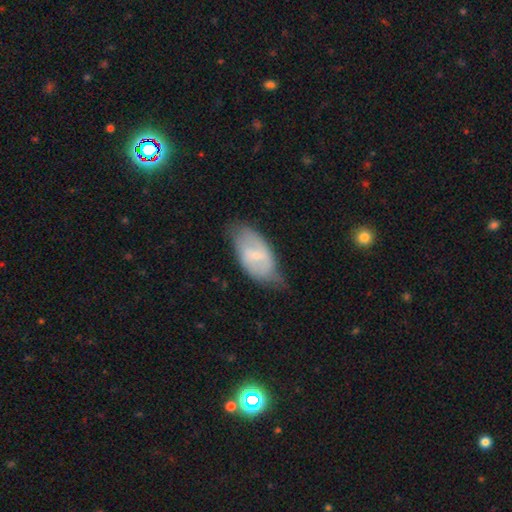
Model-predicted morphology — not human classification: smooth-or-featured: featured or disk: 51% | smooth: 42% | star or artifact: 7%
  disk-edge-on: no: 89% | yes: 11%
  merging: none: 59% | minor disturbance: 30% | major disturbance: 9% | merger: 2%